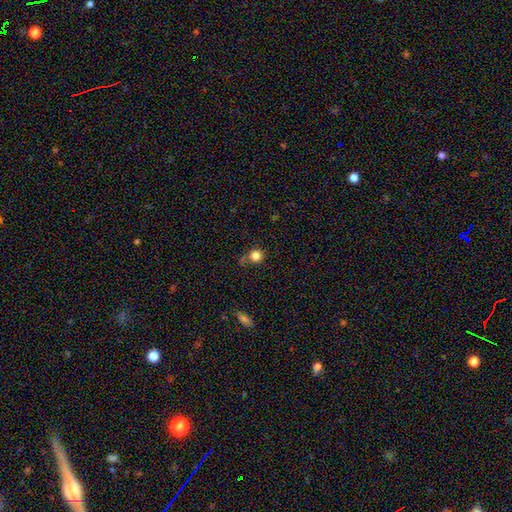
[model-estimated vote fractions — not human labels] smooth_or_featured: smooth (p=0.83) [alt: star or artifact p=0.12]
how_rounded: round (p=0.90) [alt: in between p=0.09]
merging: none (p=0.71) [alt: minor disturbance p=0.17]